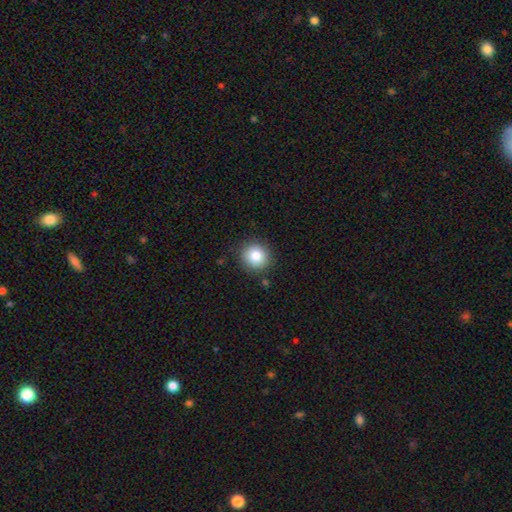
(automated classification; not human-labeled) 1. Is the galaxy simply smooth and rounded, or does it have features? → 84% smooth, 10% star or artifact, 7% featured or disk.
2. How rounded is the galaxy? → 89% round, 10% in between, 1% cigar-shaped.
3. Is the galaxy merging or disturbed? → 87% none, 9% minor disturbance, 2% major disturbance, 2% merger.